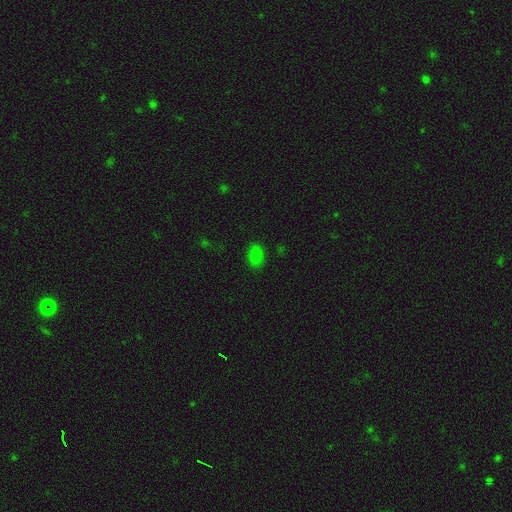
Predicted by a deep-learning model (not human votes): A smooth galaxy with no disk features (81%) that is in between round and cigar-shaped (81%).

Vote fractions:
- Smooth or featured? smooth: 81% / star or artifact: 15% / featured or disk: 5%
- How rounded? in between: 81% / round: 18% / cigar-shaped: 2%
- Merging? none: 83% / minor disturbance: 13% / major disturbance: 3% / merger: 2%